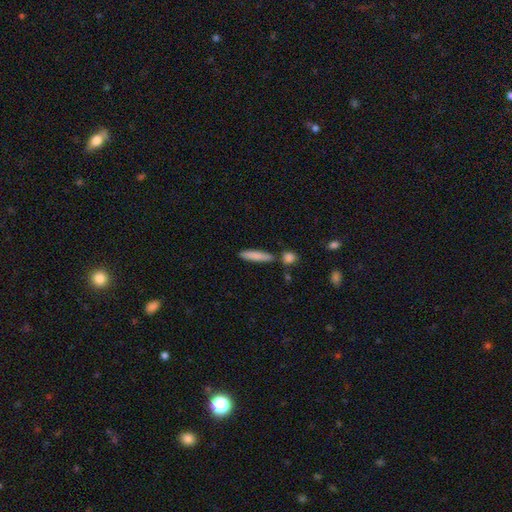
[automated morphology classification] A smooth galaxy with no disk features (81%) that is cigar-shaped (83%).

Vote fractions:
- Smooth or featured? smooth: 81% / featured or disk: 13% / star or artifact: 6%
- How rounded? cigar-shaped: 83% / in between: 15% / round: 2%
- Merging? none: 74% / minor disturbance: 12% / merger: 12% / major disturbance: 3%